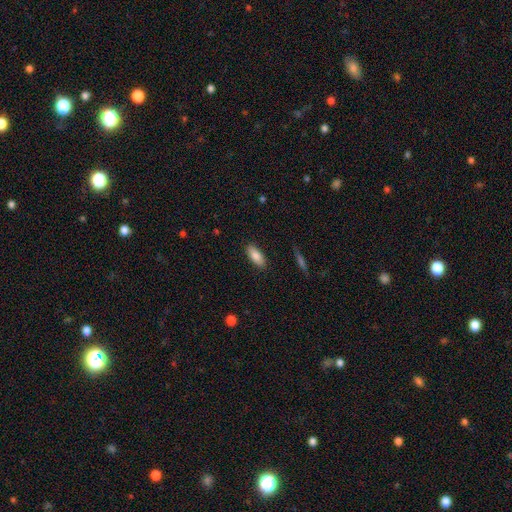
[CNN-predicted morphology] smooth_or_featured: smooth (p=0.84) [alt: featured or disk p=0.09]
how_rounded: in between (p=0.81) [alt: cigar-shaped p=0.17]
merging: none (p=0.88) [alt: minor disturbance p=0.09]